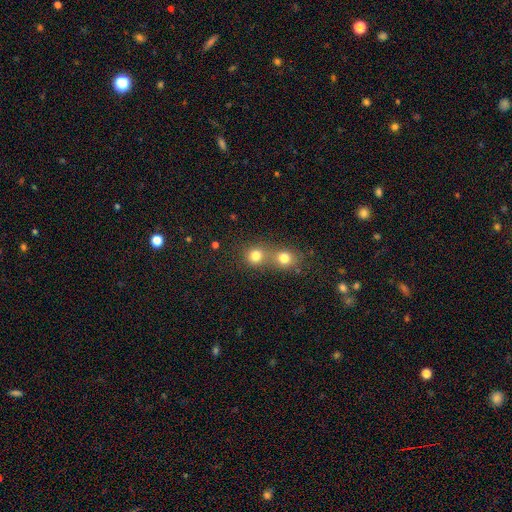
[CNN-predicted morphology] A smooth galaxy with no disk features (79%) that is round (85%). Merging: merger (53%).